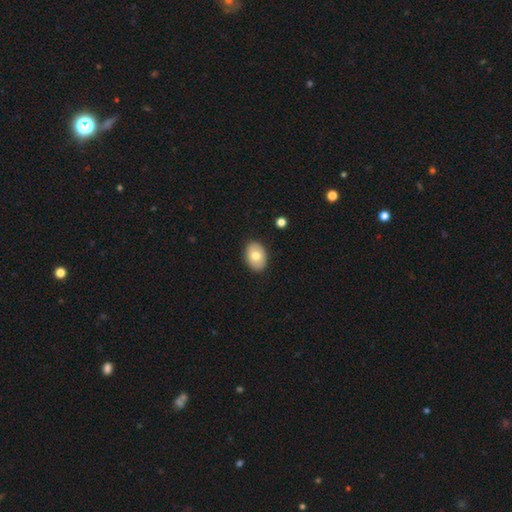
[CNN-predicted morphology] This is likely a smooth galaxy (74%). How rounded: clearly in between (82%). Merging: clearly none (88%).